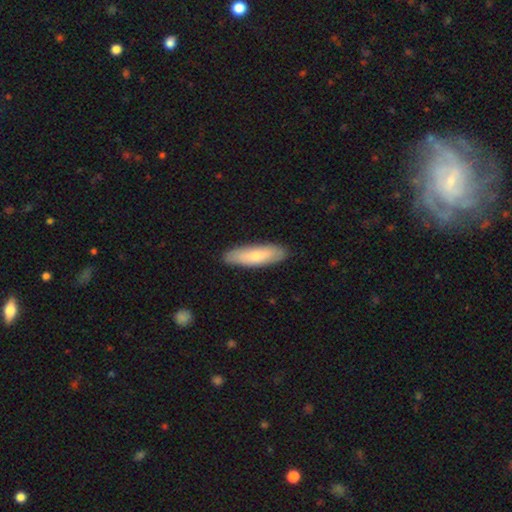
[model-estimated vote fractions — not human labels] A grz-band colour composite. It shows a smooth galaxy with no disk features (75%) that is cigar-shaped (55%). Merging: none (88%).